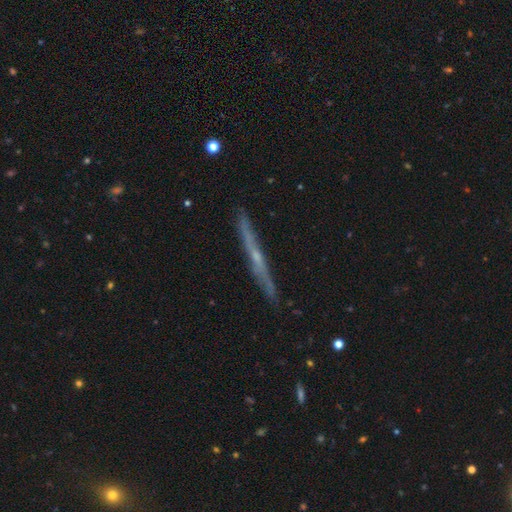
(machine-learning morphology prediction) featured or disk 71%, smooth 23%, star or artifact 7%. Down the decision tree: edge-on disk — yes (96%); edge-on bulge — none (48%, tied with rounded); merging — none (87%).